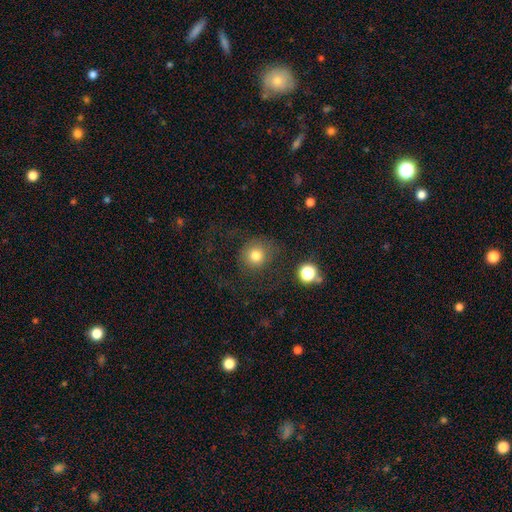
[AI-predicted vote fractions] Smooth or featured? smooth (78%)
How rounded? round (90%)
Merging? none (68%)